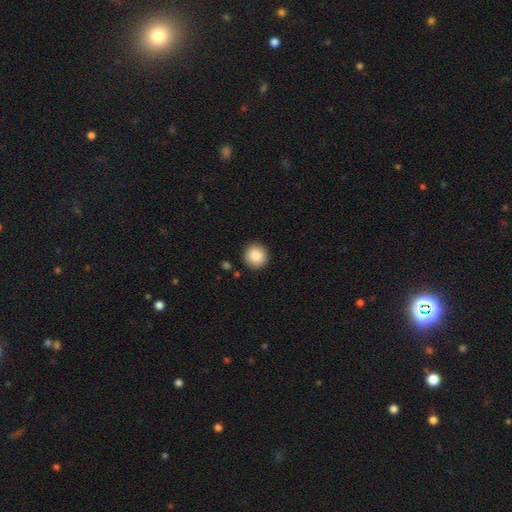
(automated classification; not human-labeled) Morphology: type=smooth (87%); roundness=round (95%); merging=none (91%).